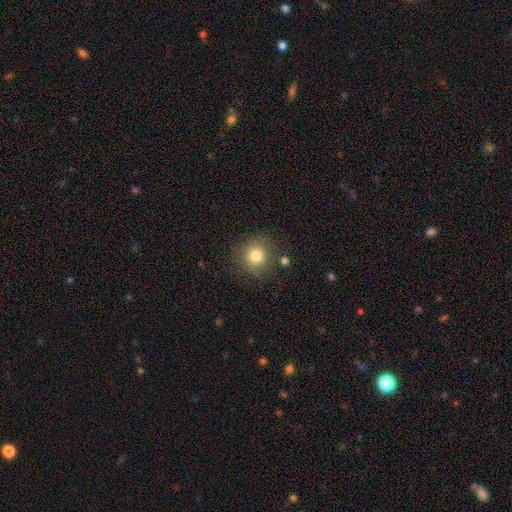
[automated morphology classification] smooth-or-featured: smooth: 79% | star or artifact: 12% | featured or disk: 9%
  how-rounded: round: 91% | in between: 8% | cigar-shaped: 1%
  merging: none: 84% | minor disturbance: 10% | major disturbance: 4% | merger: 3%